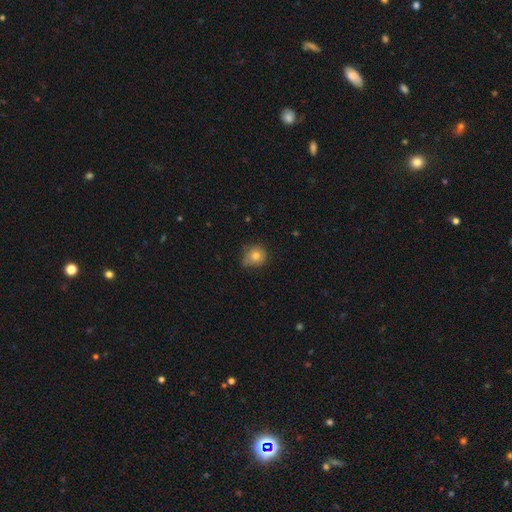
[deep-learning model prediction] Smooth or featured? Predicted: smooth (p=0.78). How rounded? Predicted: round (p=0.81). Merging? Predicted: none (p=0.59).